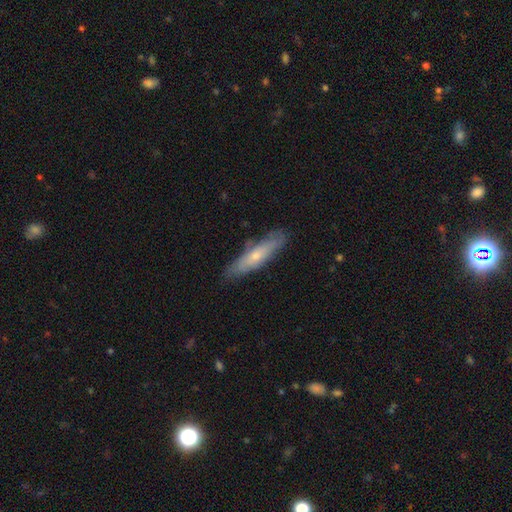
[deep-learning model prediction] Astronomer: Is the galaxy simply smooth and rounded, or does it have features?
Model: smooth — 52% (runner-up: featured or disk, 42%).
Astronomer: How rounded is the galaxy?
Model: cigar-shaped — 77%.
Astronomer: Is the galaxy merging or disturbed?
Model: none — 80%.